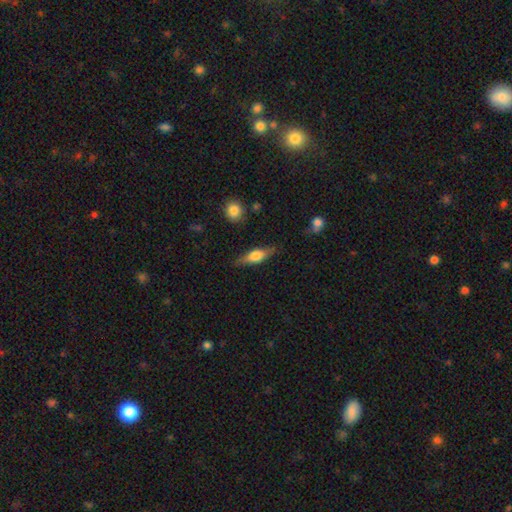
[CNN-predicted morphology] smooth_or_featured: smooth (p=0.57) [alt: featured or disk p=0.36]
how_rounded: in between (p=0.56) [alt: cigar-shaped p=0.40]
merging: none (p=0.78) [alt: minor disturbance p=0.16]